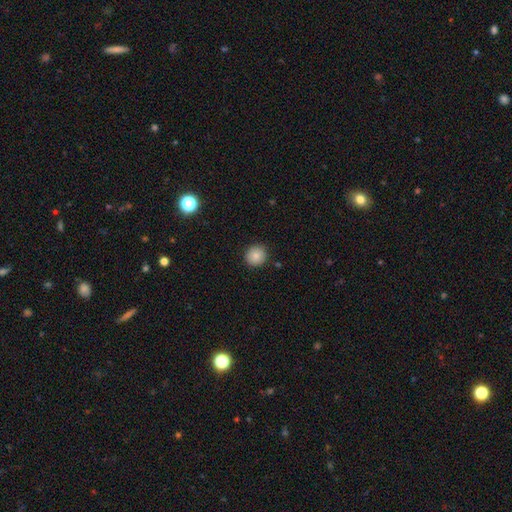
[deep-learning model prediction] Morphology: type=smooth (85%); roundness=round (92%); merging=none (90%).